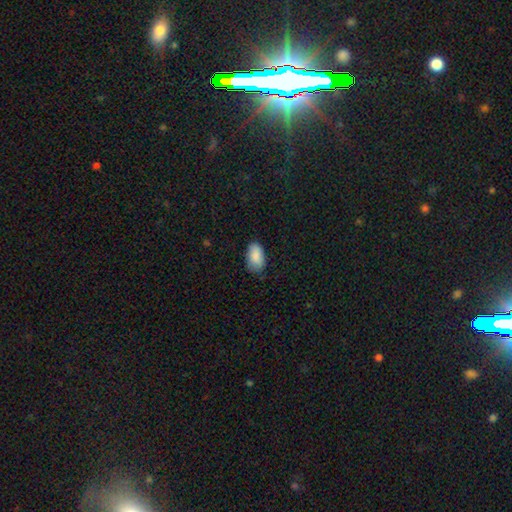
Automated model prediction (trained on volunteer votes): Overall: smooth (89%). How rounded: in between (94%). Merging: none (75%).